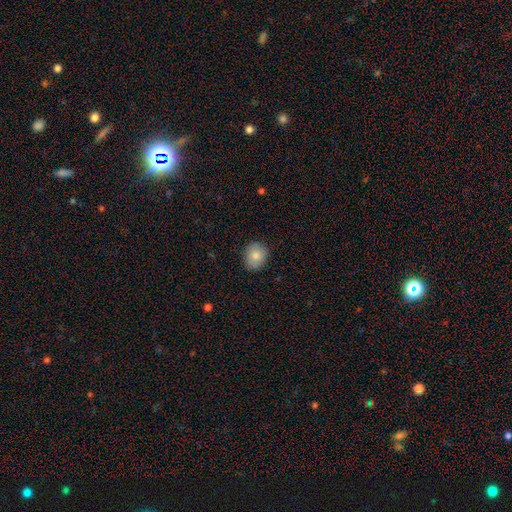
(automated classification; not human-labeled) Smooth or featured: smooth — 81% (featured or disk — 11%)
How rounded: round — 70% (in between — 29%)
Merging: none — 86% (minor disturbance — 11%)